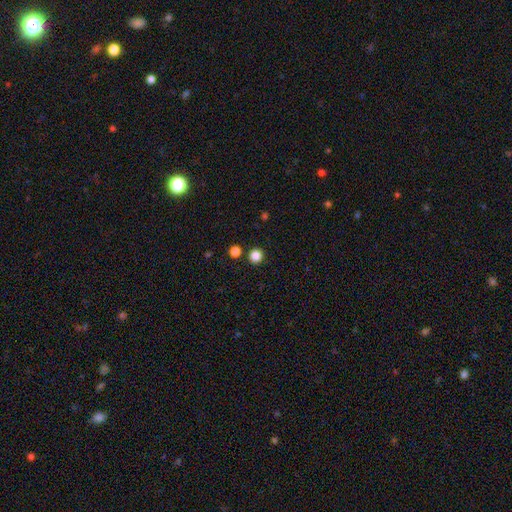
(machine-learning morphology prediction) A smooth galaxy with no disk features (84%) that is round (94%). Merging: none (90%).